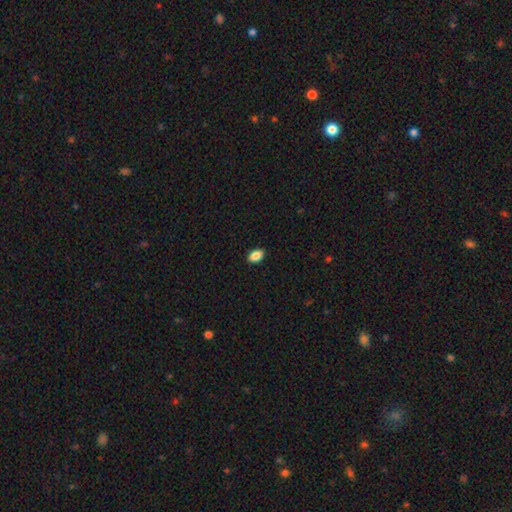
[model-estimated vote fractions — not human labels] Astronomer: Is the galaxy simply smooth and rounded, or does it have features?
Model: smooth — 89%.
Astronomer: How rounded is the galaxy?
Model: in between — 89%.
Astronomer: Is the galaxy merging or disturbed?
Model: none — 90%.